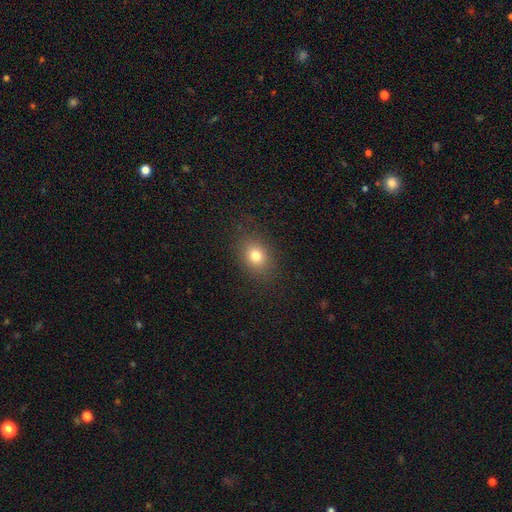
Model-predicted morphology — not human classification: type=smooth (78%); roundness=in between (58%); merging=none (85%).